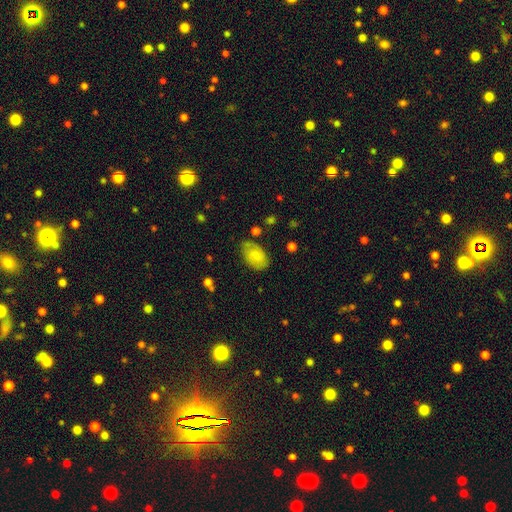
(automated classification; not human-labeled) smooth_or_featured: smooth (p=0.71) [alt: featured or disk p=0.21]
how_rounded: in between (p=0.89) [alt: round p=0.10]
merging: none (p=0.69) [alt: minor disturbance p=0.22]